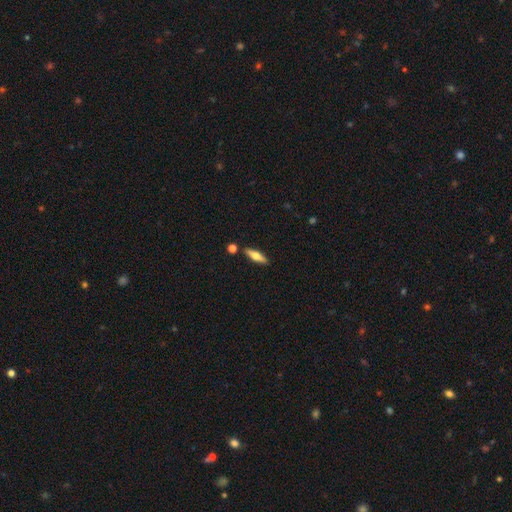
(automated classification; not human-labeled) A smooth galaxy with no disk features (56%) that is cigar-shaped (60%). Merging: none (84%).